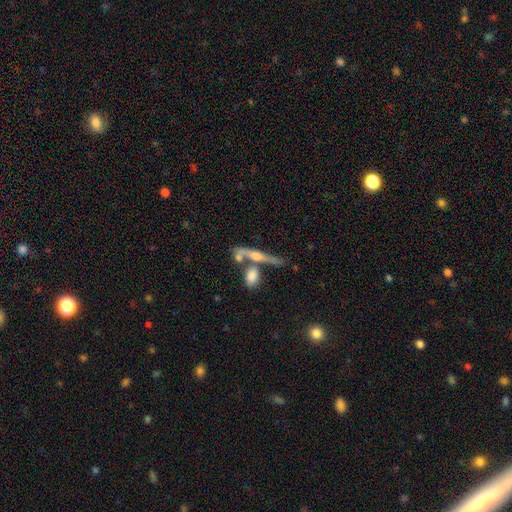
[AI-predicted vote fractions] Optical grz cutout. It shows a featured or disk galaxy (62%) viewed edge-on (88%) with a rounded central bulge (84%). Merging: none (51%).